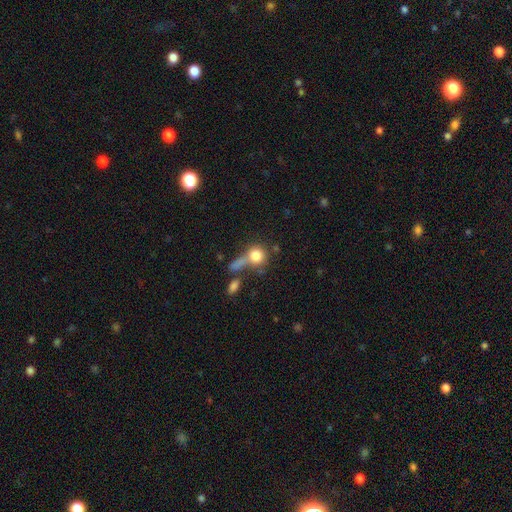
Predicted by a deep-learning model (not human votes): This is likely a smooth galaxy (78%). How rounded: likely round (80%). Merging: marginally none (41%).